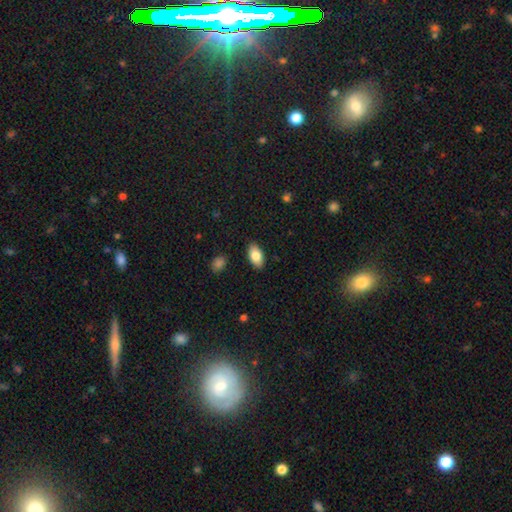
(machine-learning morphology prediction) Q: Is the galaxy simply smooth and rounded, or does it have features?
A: smooth — 82%.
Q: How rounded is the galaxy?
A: in between — 93%.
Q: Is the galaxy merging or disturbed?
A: none — 88%.